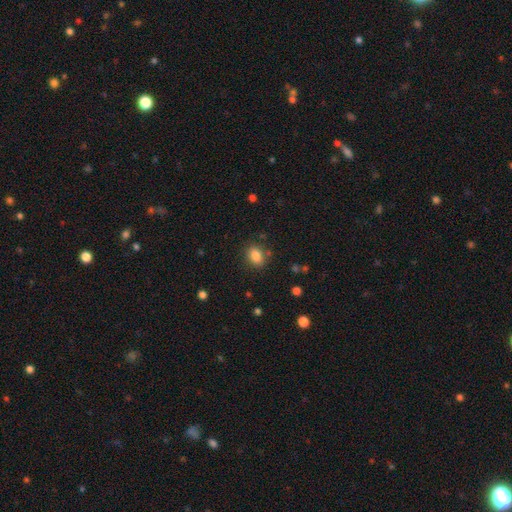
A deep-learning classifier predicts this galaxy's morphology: This appears to be a smooth galaxy with no disk features (84%) that is in between round and cigar-shaped (68%). Merging: none (82%).